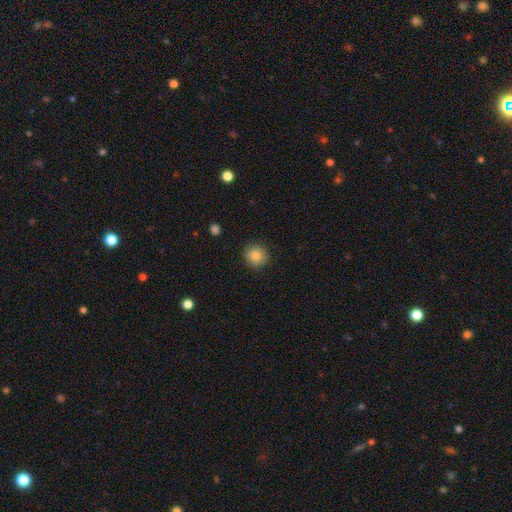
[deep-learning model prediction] Morphology: type=smooth (86%); roundness=round (92%); merging=none (90%).